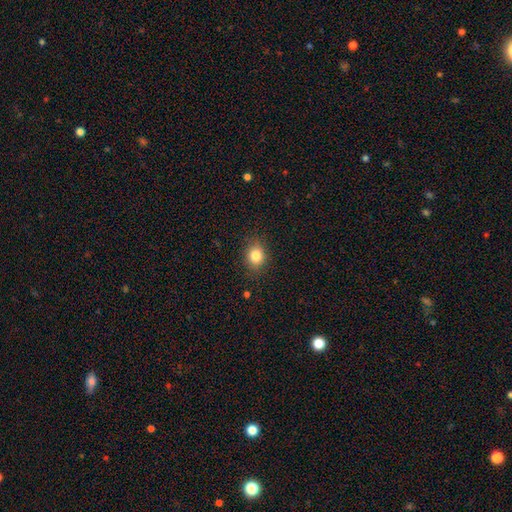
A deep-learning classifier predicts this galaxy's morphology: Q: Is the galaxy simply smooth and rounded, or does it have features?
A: smooth — 82%.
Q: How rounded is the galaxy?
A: round — 57%.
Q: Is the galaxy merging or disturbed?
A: none — 86%.